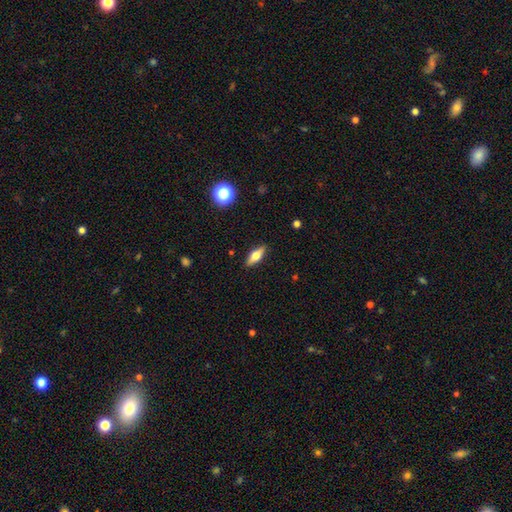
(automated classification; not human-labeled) Overall: smooth (54%; featured or disk 39%). How rounded: in between (61%; cigar-shaped 36%). Merging: none (88%).